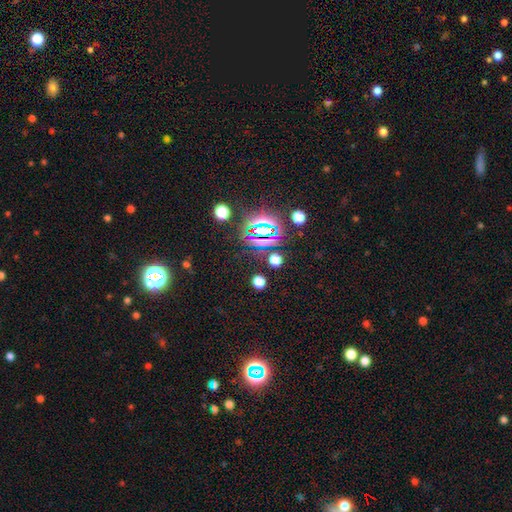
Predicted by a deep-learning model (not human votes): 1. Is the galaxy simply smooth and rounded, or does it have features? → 82% star or artifact, 11% smooth, 7% featured or disk.